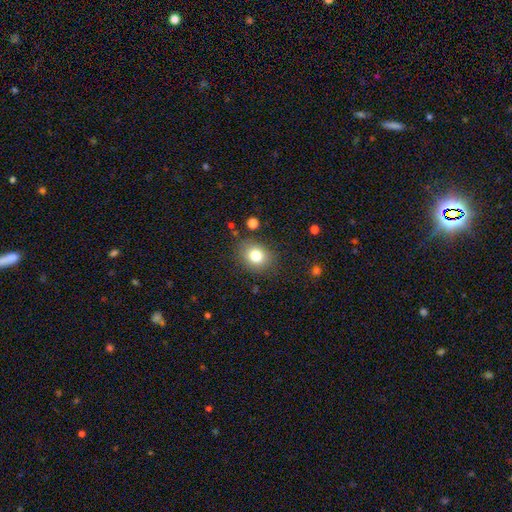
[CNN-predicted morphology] Smooth or featured: smooth — 80% (star or artifact — 11%)
How rounded: round — 53% (in between — 46%)
Merging: none — 83% (minor disturbance — 11%)